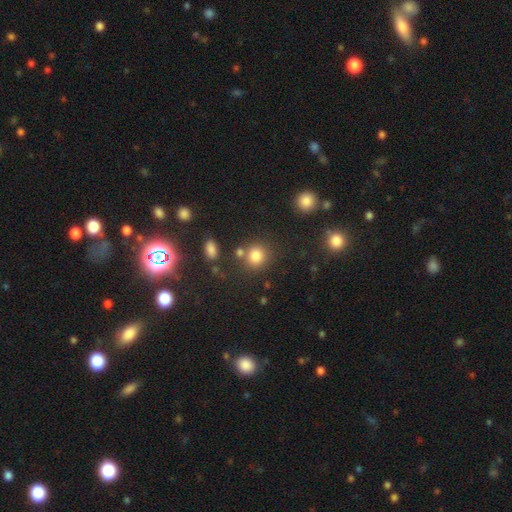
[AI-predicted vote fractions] A smooth galaxy with no disk features (80%) that is round (80%). Merging: none (68%).